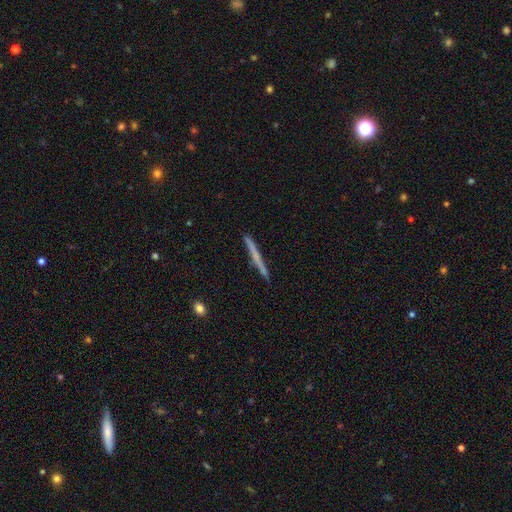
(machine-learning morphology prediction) smooth-or-featured: featured or disk: 48% | smooth: 46% | star or artifact: 6%
  merging: none: 90% | minor disturbance: 7% | merger: 1% | major disturbance: 1%